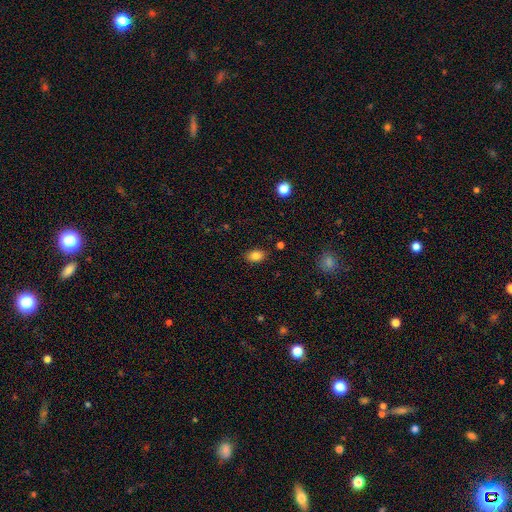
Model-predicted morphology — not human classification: Q: Smooth or featured?
A: smooth (84%); runner-up: star or artifact (10%)
Q: How rounded?
A: in between (82%); runner-up: round (16%)
Q: Merging?
A: none (83%); runner-up: minor disturbance (12%)